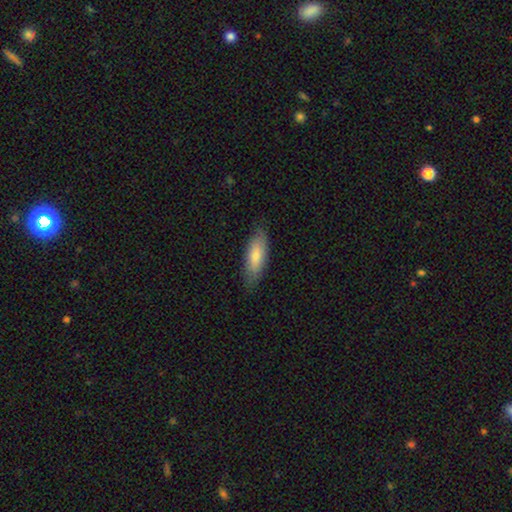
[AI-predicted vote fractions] A smooth galaxy with no disk features (75%) that is in between round and cigar-shaped (70%). Merging: none (80%).